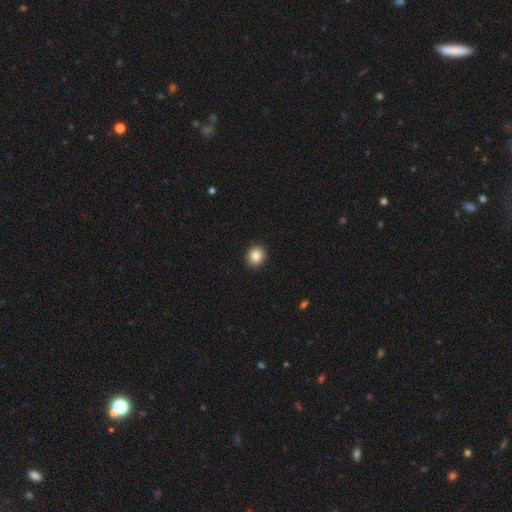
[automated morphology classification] Q: Smooth or featured?
A: smooth (86%); runner-up: star or artifact (9%)
Q: How rounded?
A: round (77%); runner-up: in between (22%)
Q: Merging?
A: none (92%); runner-up: minor disturbance (5%)